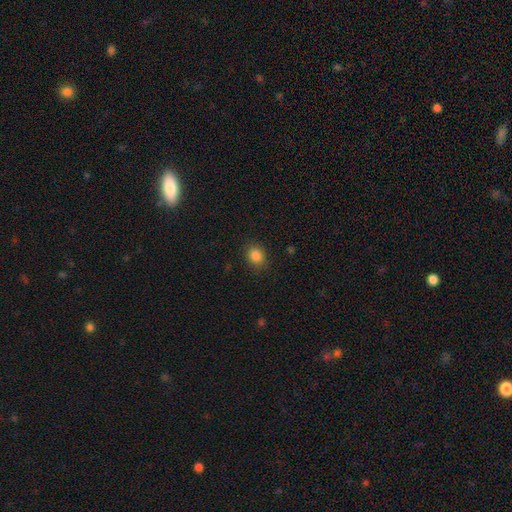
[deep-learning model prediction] The model was most divided on "how rounded": round: 58%, in between: 41%, cigar-shaped: 1%. More confident: merging — none (87%); smooth or featured — smooth (85%).